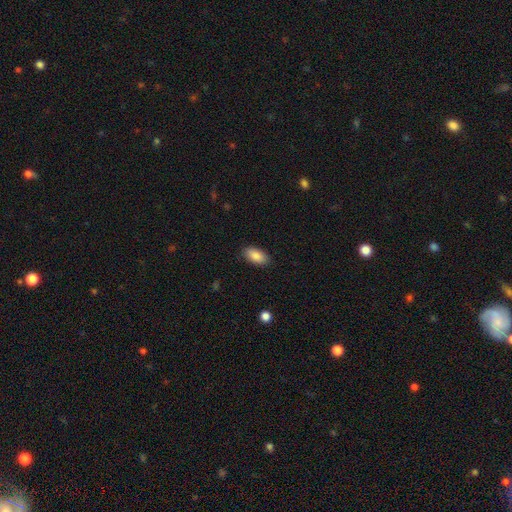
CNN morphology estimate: This appears to be a smooth galaxy with no disk features (88%) that is in between round and cigar-shaped (92%). Merging: none (88%).